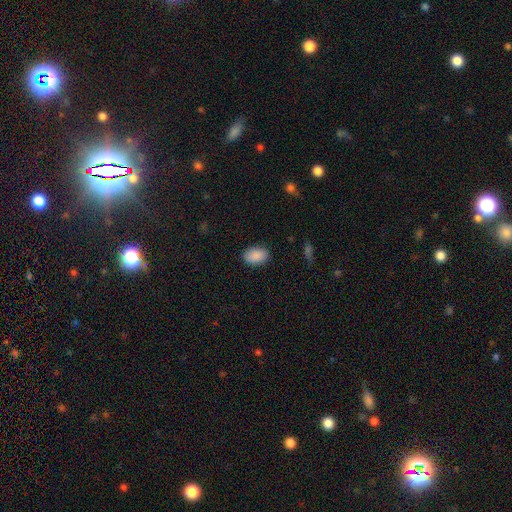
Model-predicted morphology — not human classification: Smooth or featured? Predicted: smooth (p=0.90). How rounded? Predicted: in between (p=0.88). Merging? Predicted: none (p=0.87).